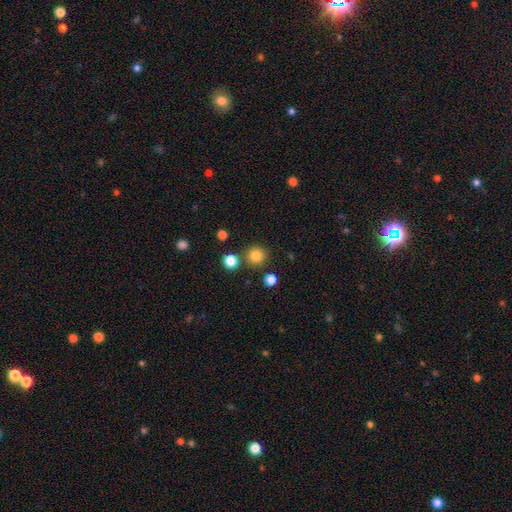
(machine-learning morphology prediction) type=smooth (83%); roundness=round (94%); merging=none (84%).